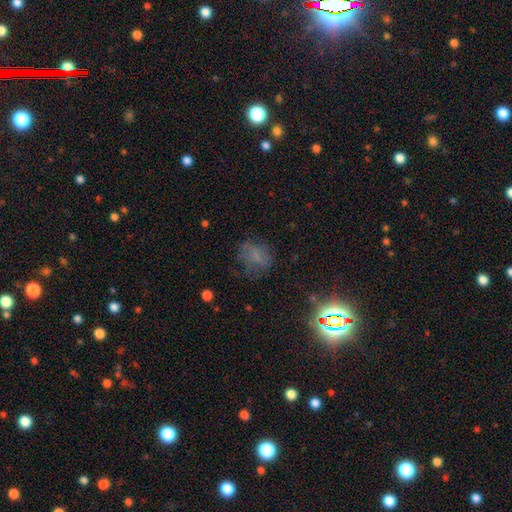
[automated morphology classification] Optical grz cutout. It shows a smooth galaxy with no disk features (53%) that is round (51%). Merging: none (57%).